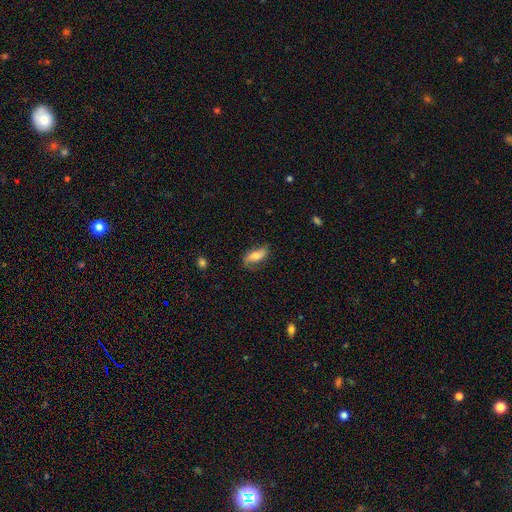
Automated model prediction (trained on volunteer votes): This appears to be a smooth galaxy with no disk features (52%) that is in between round and cigar-shaped (79%). Merging: none (63%).